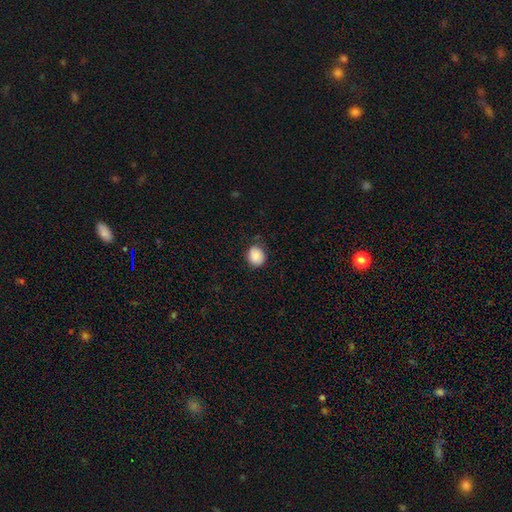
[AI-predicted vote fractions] Q: Smooth or featured?
A: smooth (87%); runner-up: star or artifact (8%)
Q: How rounded?
A: round (75%); runner-up: in between (24%)
Q: Merging?
A: none (80%); runner-up: minor disturbance (15%)